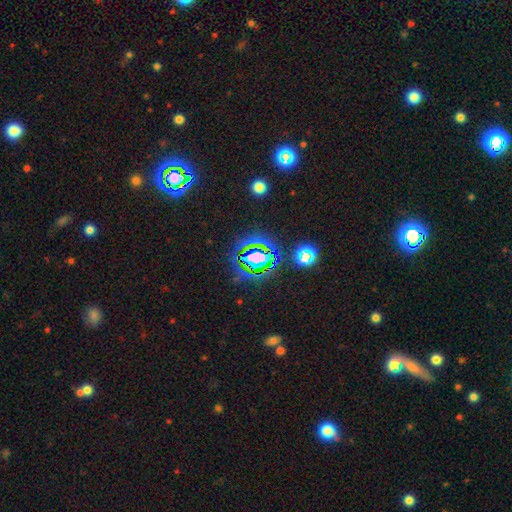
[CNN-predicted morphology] Overall: star or artifact (76%).